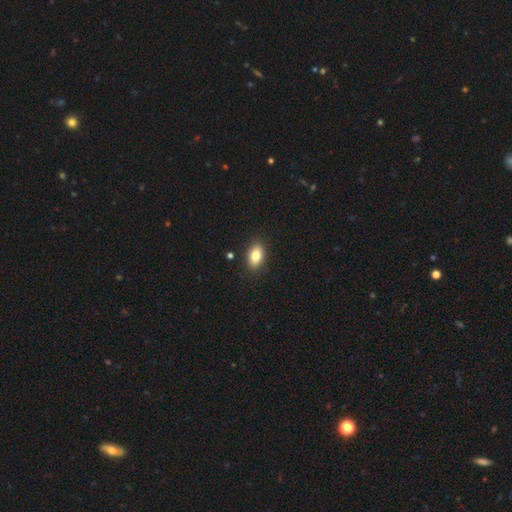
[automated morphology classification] This is clearly a smooth galaxy (82%). How rounded: clearly in between (89%). Merging: clearly none (88%).